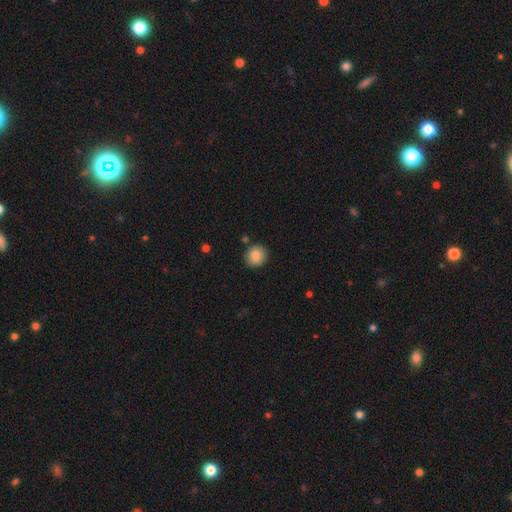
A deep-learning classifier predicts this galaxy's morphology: smooth_or_featured: smooth (p=0.86) [alt: star or artifact p=0.08]
how_rounded: round (p=0.87) [alt: in between p=0.12]
merging: none (p=0.87) [alt: minor disturbance p=0.08]